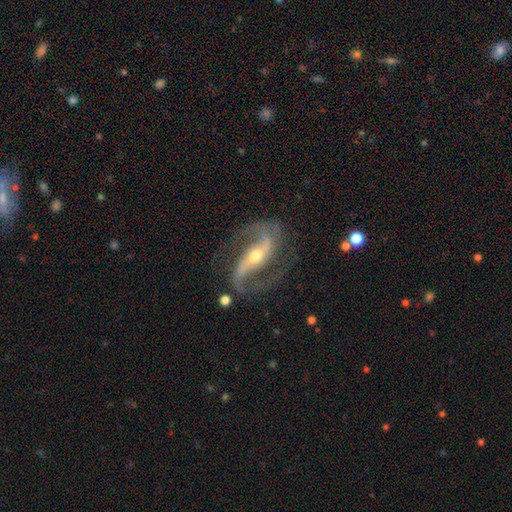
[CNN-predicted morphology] Q: Smooth or featured?
A: featured or disk (92%); runner-up: star or artifact (5%)
Q: Edge-on disk?
A: no (95%); runner-up: yes (5%)
Q: Bar?
A: strong (59%); runner-up: weak (22%)
Q: Spiral arms?
A: yes (98%); runner-up: no (2%)
Q: Spiral winding?
A: medium (51%); runner-up: loose (35%)
Q: Spiral arm count?
A: 2 (94%); runner-up: can't tell (2%)
Q: Bulge size?
A: moderate (48%); tied with: small (48%)
Q: Merging?
A: none (79%); runner-up: minor disturbance (13%)